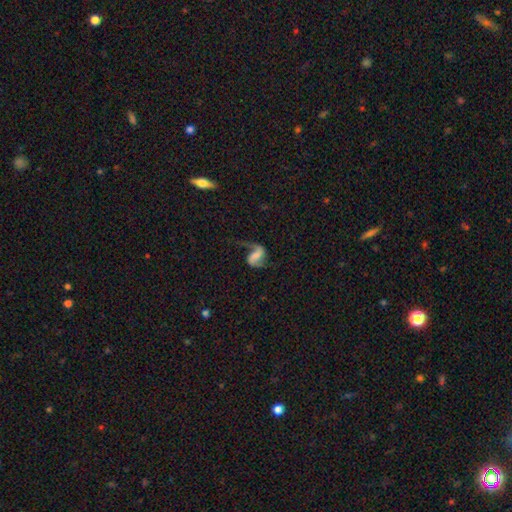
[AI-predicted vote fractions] Smooth or featured? featured or disk (77%)
Edge-on disk? no (97%)
Bar? strong (38%, tied with weak)
Spiral arms? yes (93%)
Spiral winding? loose (70%)
Spiral arm count? 2 (80%)
Bulge size? none (41%)
Merging? none (52%)